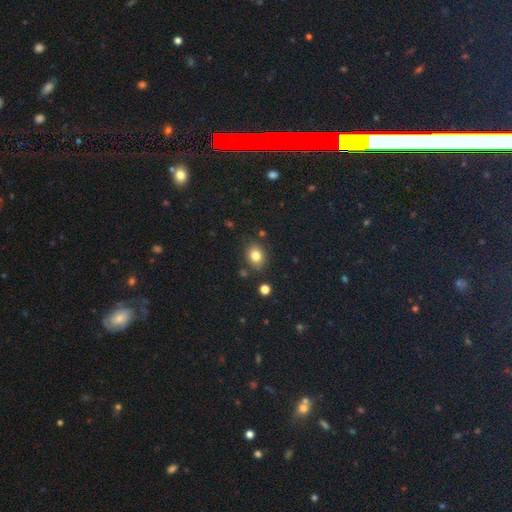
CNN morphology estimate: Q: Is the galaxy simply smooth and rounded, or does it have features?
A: smooth — 81%.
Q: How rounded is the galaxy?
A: in between — 52%.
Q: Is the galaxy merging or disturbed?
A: none — 82%.